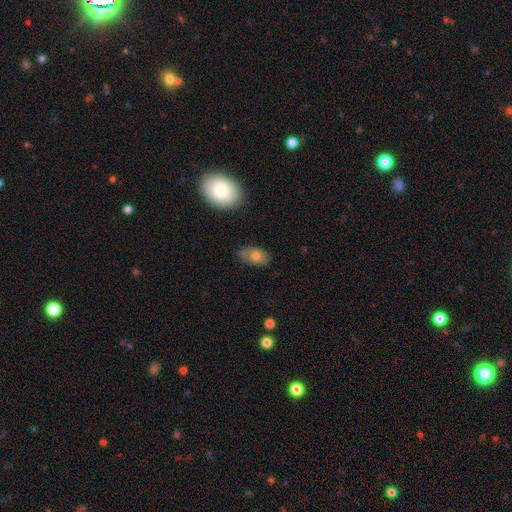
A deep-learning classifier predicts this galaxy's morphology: smooth 72%, featured or disk 19%, star or artifact 9%. Down the decision tree: how rounded — in between (90%); merging — none (76%).